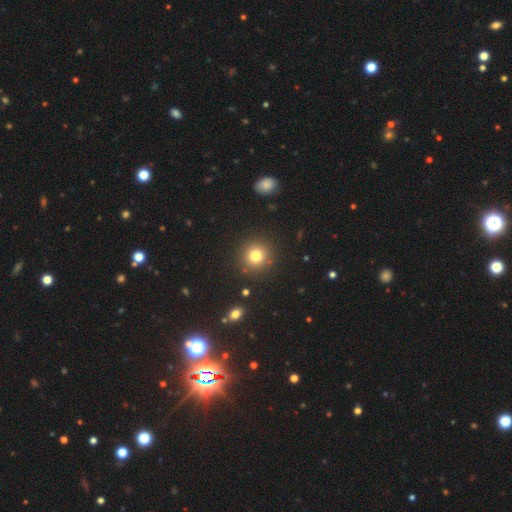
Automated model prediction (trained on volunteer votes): A smooth galaxy with no disk features (79%) that is round (93%). Merging: none (89%).